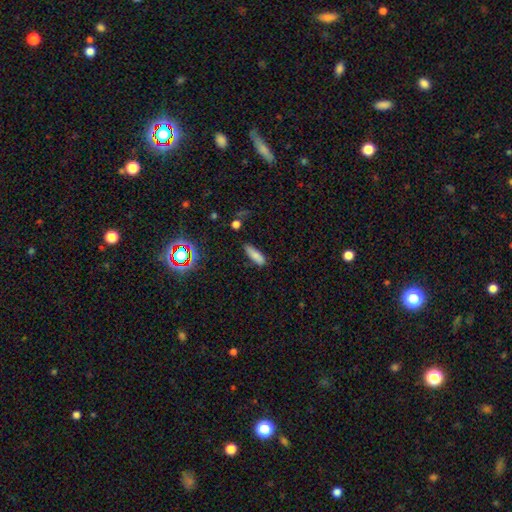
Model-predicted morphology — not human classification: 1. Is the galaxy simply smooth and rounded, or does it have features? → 80% smooth, 12% star or artifact, 9% featured or disk.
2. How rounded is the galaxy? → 52% in between, 46% cigar-shaped, 3% round.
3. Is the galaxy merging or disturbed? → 75% none, 19% minor disturbance, 4% major disturbance, 3% merger.